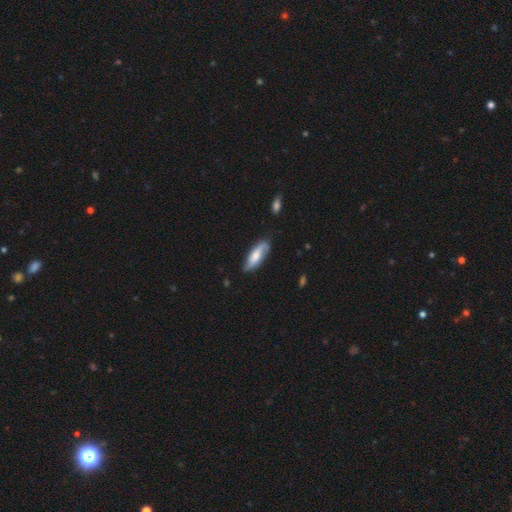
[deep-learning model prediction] The model was most divided on "smooth or featured": smooth: 50%, featured or disk: 45%, star or artifact: 6%. More confident: merging — none (71%).